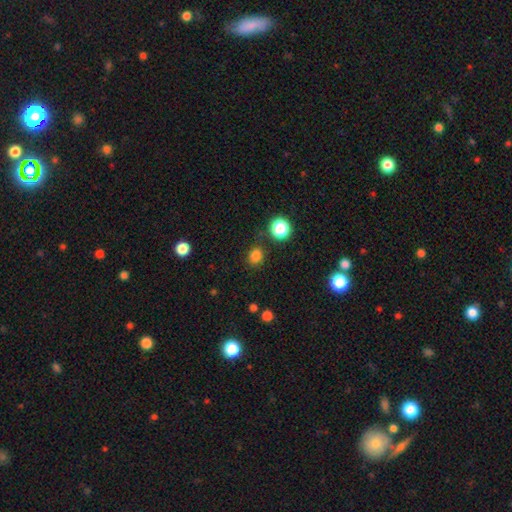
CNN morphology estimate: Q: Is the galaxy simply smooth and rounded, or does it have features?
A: smooth — 81%.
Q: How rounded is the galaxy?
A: round — 65%.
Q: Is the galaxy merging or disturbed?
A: none — 82%.